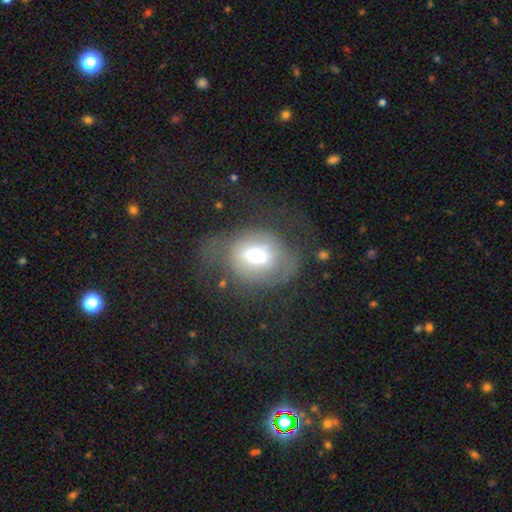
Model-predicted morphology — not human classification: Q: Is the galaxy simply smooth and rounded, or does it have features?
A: featured or disk — 47%.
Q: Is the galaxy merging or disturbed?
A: none — 38%.